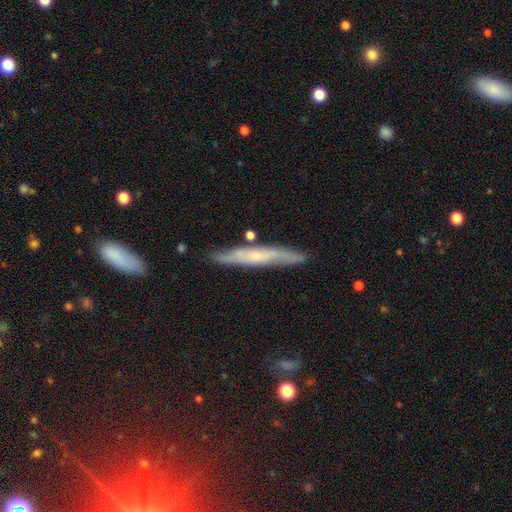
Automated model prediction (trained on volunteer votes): This is possibly a featured or disk galaxy (55%). It is clearly viewed edge-on (83%). Merging: clearly none (82%).